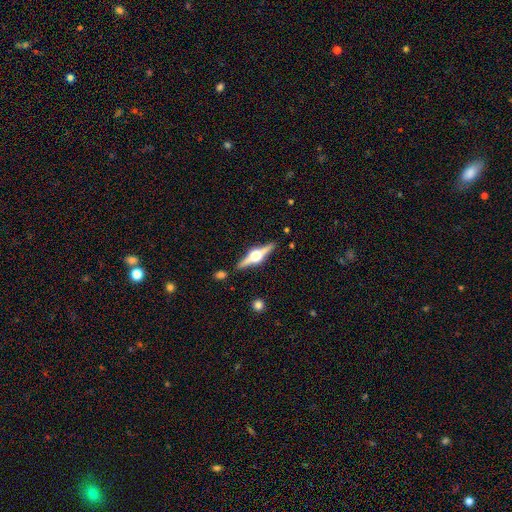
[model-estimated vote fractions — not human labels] Smooth or featured? Predicted: featured or disk (p=0.84). Edge-on disk? Predicted: yes (p=0.98). Edge-on bulge? Predicted: rounded (p=0.95). Merging? Predicted: none (p=0.89).